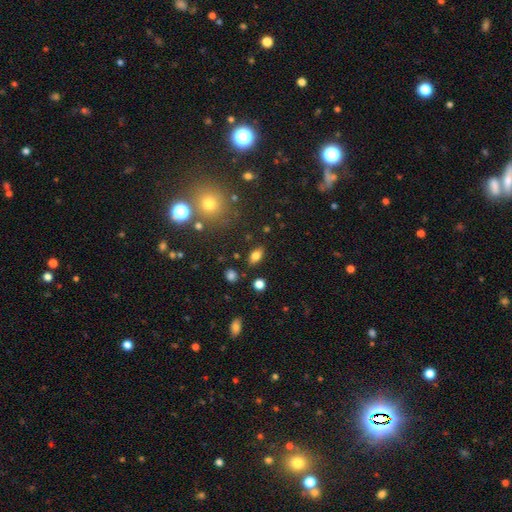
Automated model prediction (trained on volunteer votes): This is likely a smooth galaxy (78%). How rounded: clearly in between (86%). Merging: clearly none (84%).